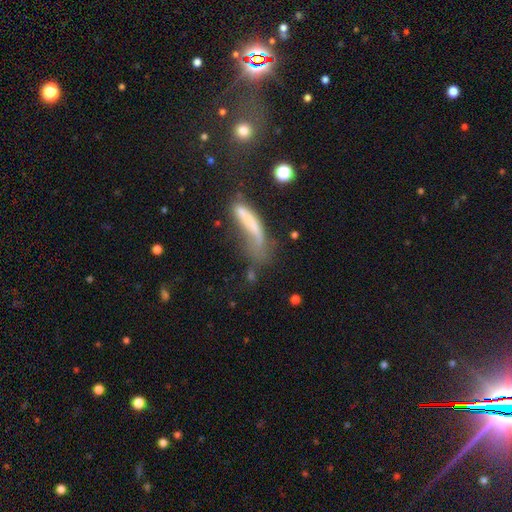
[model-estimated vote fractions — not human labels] Morphology: type=smooth (52%); roundness=cigar-shaped (76%); merging=major disturbance (36%).